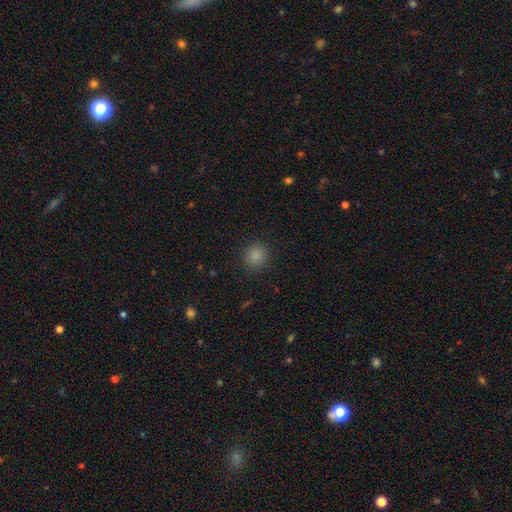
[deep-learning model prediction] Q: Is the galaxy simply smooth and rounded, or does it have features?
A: smooth — 85%.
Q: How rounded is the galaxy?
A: round — 90%.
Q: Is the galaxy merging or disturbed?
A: none — 90%.